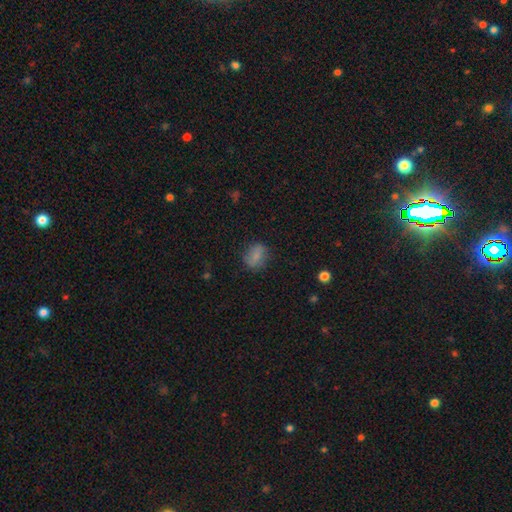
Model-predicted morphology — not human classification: Smooth or featured: smooth — 78% (featured or disk — 12%)
How rounded: in between — 56% (round — 42%)
Merging: none — 78% (minor disturbance — 16%)